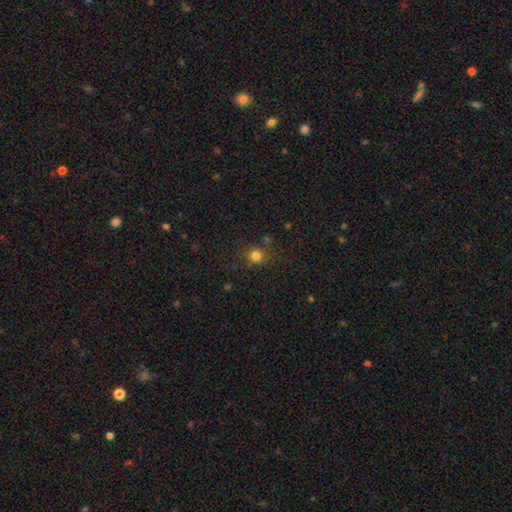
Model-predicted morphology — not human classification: The model was most divided on "smooth or featured": smooth: 76%, star or artifact: 17%, featured or disk: 7%. More confident: how rounded — round (85%); merging — none (78%).